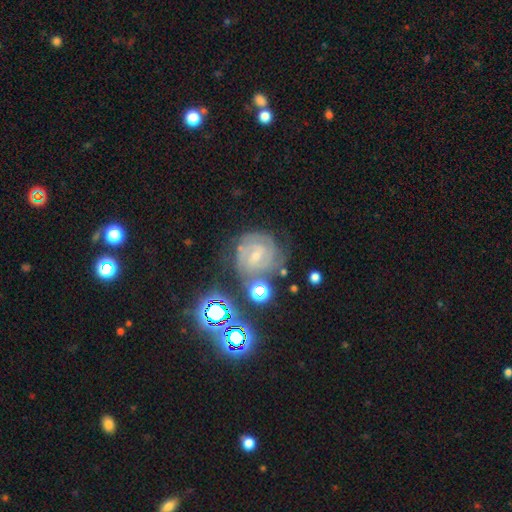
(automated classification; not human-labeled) Morphology: type=featured or disk (74%); edge-on=no (97%); bar=weak (53%); spiral arms=yes (93%); winding=tight (65%); arm count=2 (34%); bulge=small (67%); merging=none (65%).